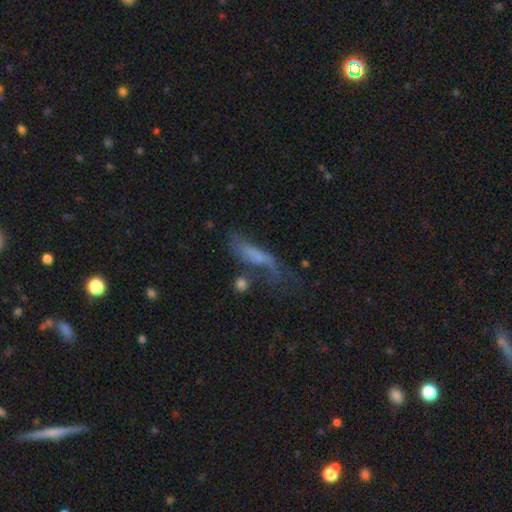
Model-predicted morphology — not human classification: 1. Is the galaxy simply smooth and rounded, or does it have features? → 45% smooth, 42% featured or disk, 12% star or artifact.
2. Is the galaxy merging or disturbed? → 33% major disturbance, 31% none, 21% minor disturbance, 14% merger.